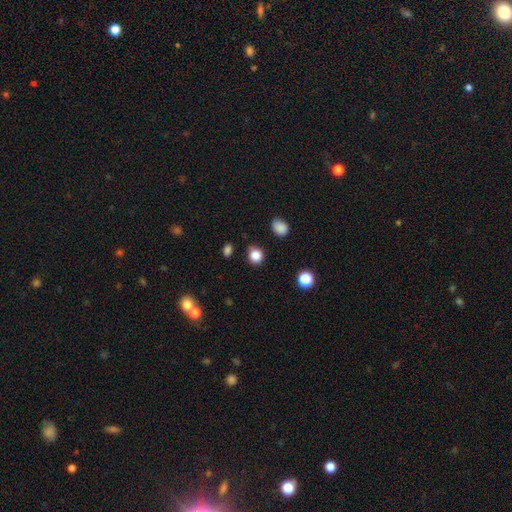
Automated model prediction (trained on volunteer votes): A smooth galaxy with no disk features (85%) that is round (84%). Merging: none (84%).